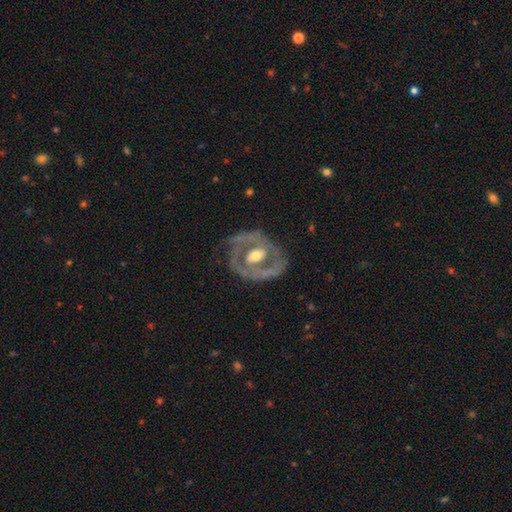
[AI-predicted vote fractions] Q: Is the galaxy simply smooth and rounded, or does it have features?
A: featured or disk — 76%.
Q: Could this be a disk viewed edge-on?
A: no — 96%.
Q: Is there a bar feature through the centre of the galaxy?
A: no — 51%.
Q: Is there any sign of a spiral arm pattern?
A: yes — 52%.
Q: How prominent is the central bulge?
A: moderate — 69%.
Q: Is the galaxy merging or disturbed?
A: none — 61%.